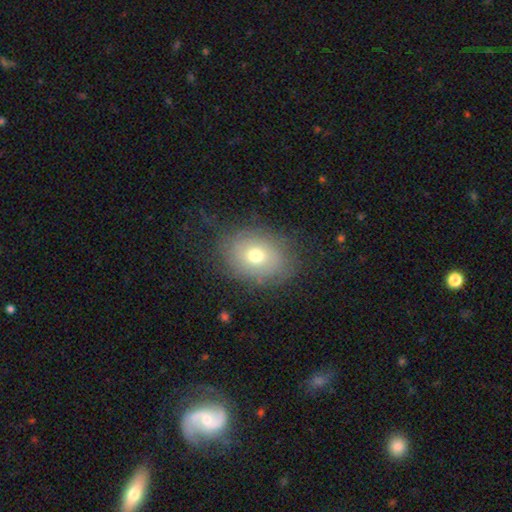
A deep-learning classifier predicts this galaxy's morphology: Smooth or featured? Predicted: smooth (p=0.64). How rounded? Predicted: in between (p=0.58). Merging? Predicted: none (p=0.73).